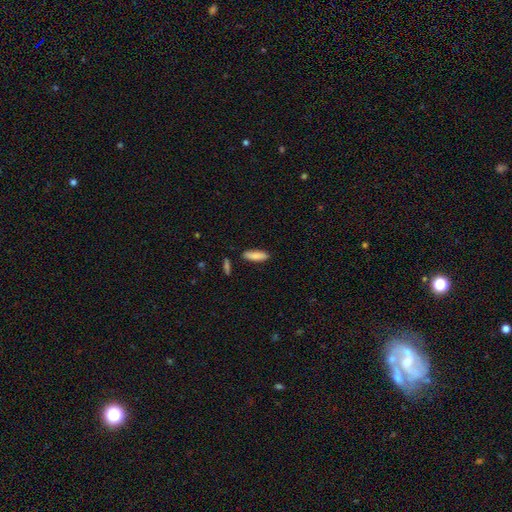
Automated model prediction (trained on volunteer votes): A smooth galaxy with no disk features (85%) that is cigar-shaped (50%). Merging: none (86%).